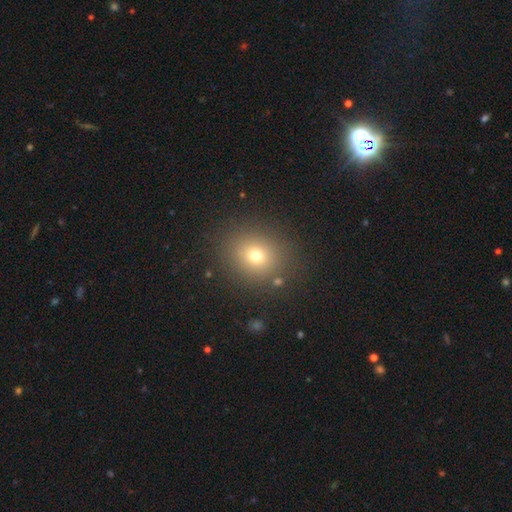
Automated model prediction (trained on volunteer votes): smooth_or_featured: smooth (p=0.70) [alt: star or artifact p=0.18]
how_rounded: round (p=0.75) [alt: in between p=0.24]
merging: none (p=0.86) [alt: minor disturbance p=0.08]